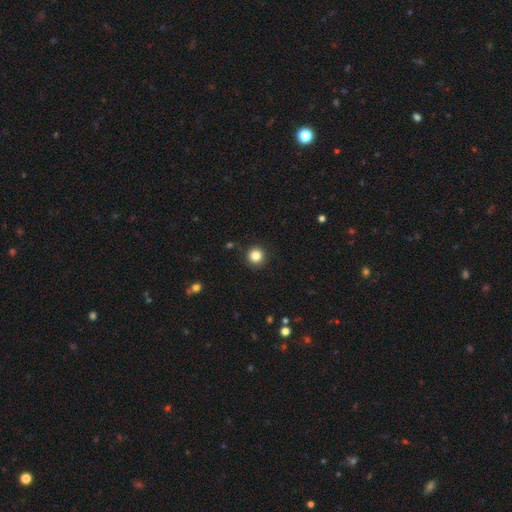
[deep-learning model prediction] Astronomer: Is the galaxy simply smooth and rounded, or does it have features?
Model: smooth — 84%.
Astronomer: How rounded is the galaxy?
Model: round — 95%.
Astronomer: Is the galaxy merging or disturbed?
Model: none — 92%.